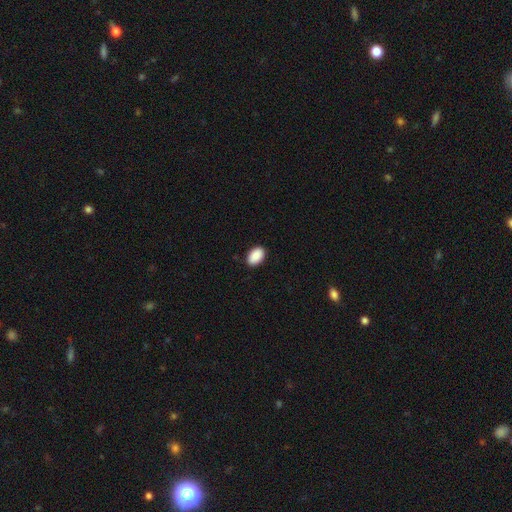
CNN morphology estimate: The model was most divided on "merging": none: 89%, minor disturbance: 8%, major disturbance: 2%, merger: 1%. More confident: how rounded — in between (92%); smooth or featured — smooth (91%).